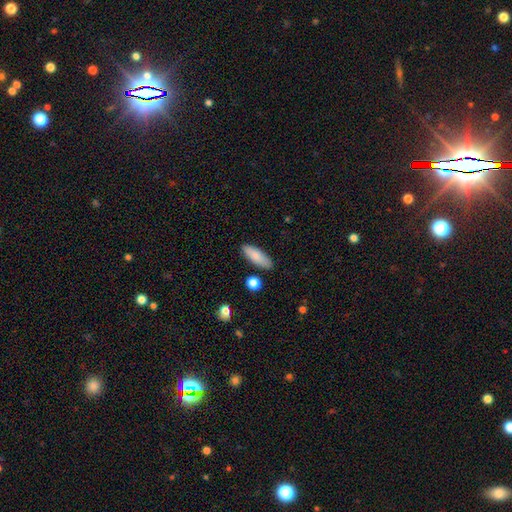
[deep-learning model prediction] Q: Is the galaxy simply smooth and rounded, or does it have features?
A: smooth — 84%.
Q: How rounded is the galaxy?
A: in between — 60%.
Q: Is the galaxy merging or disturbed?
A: none — 85%.